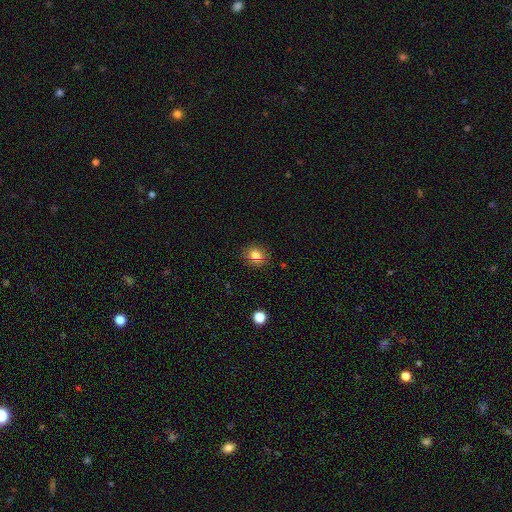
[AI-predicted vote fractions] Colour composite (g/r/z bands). It shows a smooth galaxy with no disk features (78%) that is round (72%). Merging: none (85%).